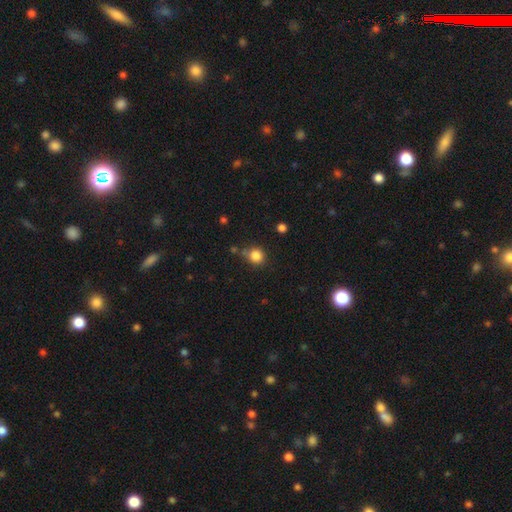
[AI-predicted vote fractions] Q: Smooth or featured?
A: smooth (84%); runner-up: star or artifact (11%)
Q: How rounded?
A: round (85%); runner-up: in between (14%)
Q: Merging?
A: none (71%); runner-up: minor disturbance (16%)